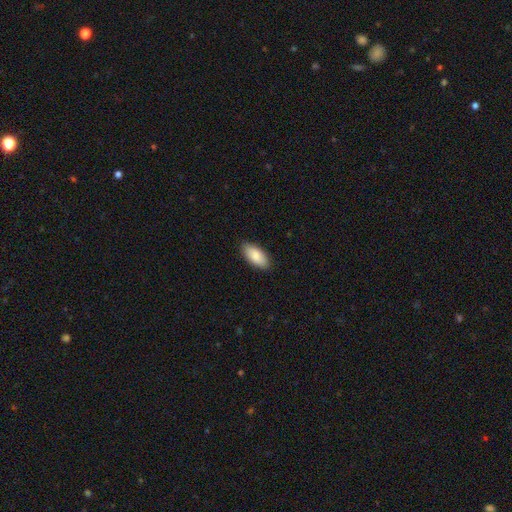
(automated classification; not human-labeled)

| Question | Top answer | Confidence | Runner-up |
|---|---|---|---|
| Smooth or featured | smooth | 87% | featured or disk (8%) |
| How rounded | in between | 91% | cigar-shaped (7%) |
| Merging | none | 88% | minor disturbance (9%) |